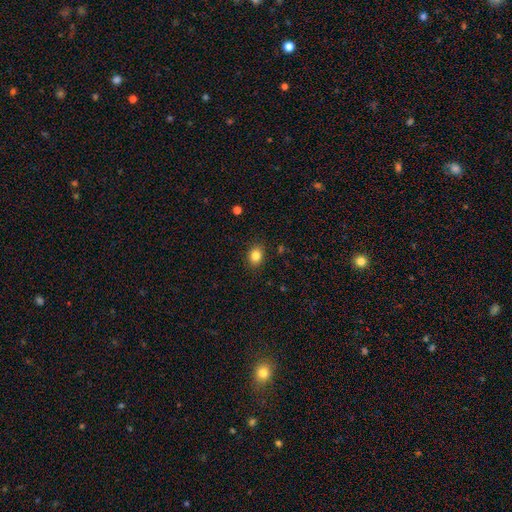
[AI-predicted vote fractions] Smooth or featured: smooth — 84% (star or artifact — 10%)
How rounded: in between — 58% (round — 41%)
Merging: none — 88% (minor disturbance — 9%)